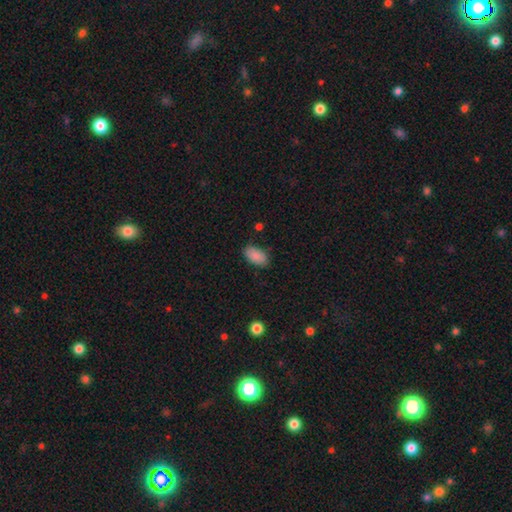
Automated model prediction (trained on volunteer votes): Morphology: type=smooth (89%); roundness=in between (94%); merging=none (82%).